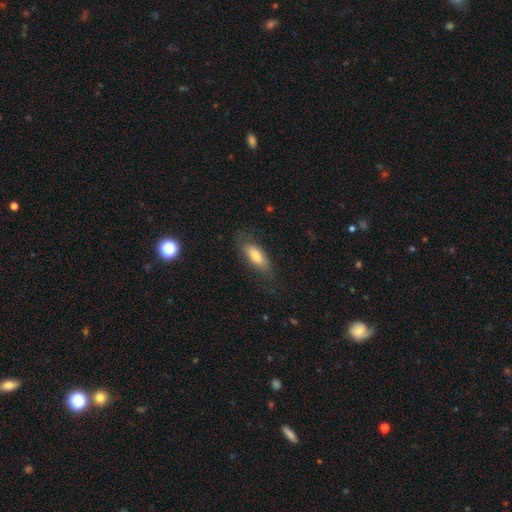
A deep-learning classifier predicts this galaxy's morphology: Smooth or featured?
  - smooth: 72% *
  - featured or disk: 21%
  - star or artifact: 7%
How rounded?
  - in between: 77% *
  - cigar-shaped: 21%
  - round: 3%
Merging?
  - none: 71% *
  - minor disturbance: 19%
  - major disturbance: 8%
  - merger: 1%